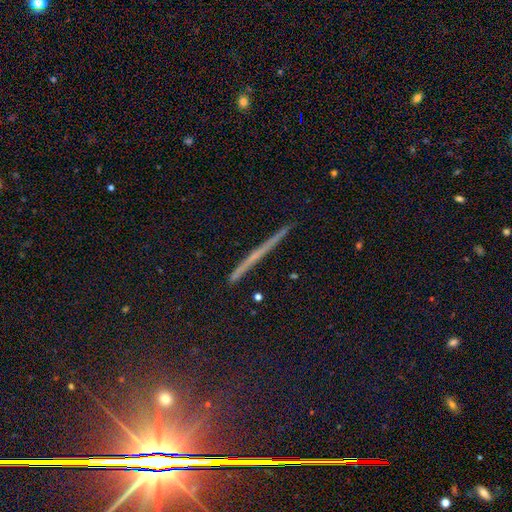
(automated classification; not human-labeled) This is possibly a featured or disk galaxy (54%). It is clearly viewed edge-on (96%). Edge-on bulge: clearly none (81%). Merging: clearly none (90%).